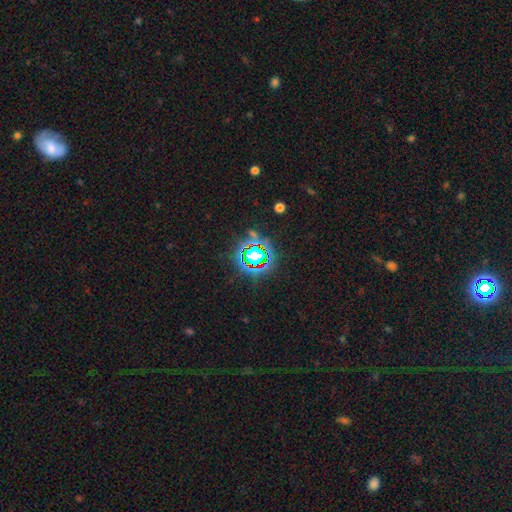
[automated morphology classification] smooth_or_featured: star or artifact (p=0.77) [alt: smooth p=0.14]